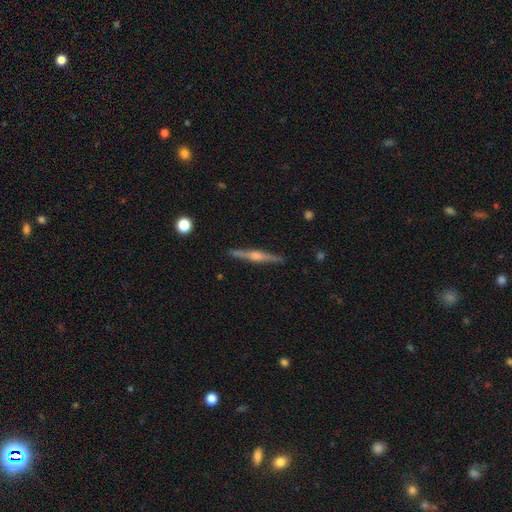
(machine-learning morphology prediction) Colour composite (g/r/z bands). It shows a featured or disk galaxy (80%) viewed edge-on (98%) with a rounded central bulge (86%). Merging: none (91%).